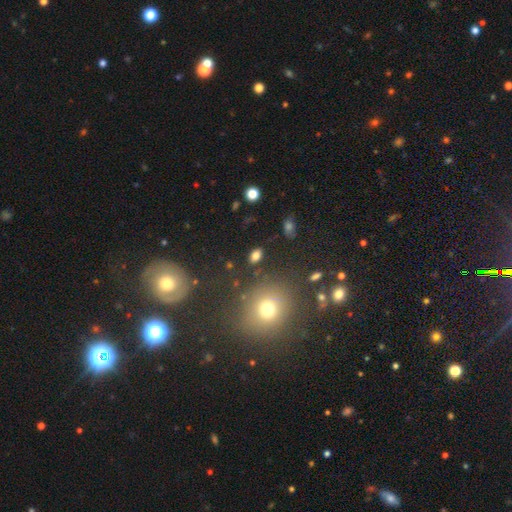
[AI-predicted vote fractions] smooth_or_featured: smooth (p=0.76) [alt: star or artifact p=0.16]
how_rounded: in between (p=0.79) [alt: round p=0.18]
merging: none (p=0.84) [alt: minor disturbance p=0.09]